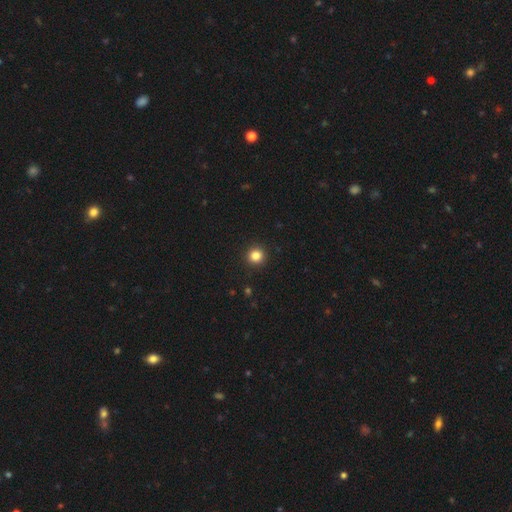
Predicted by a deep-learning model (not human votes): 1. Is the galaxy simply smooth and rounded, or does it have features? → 84% smooth, 12% star or artifact, 4% featured or disk.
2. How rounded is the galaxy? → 94% round, 5% in between, 1% cigar-shaped.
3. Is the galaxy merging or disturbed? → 93% none, 5% minor disturbance, 2% major disturbance, 1% merger.